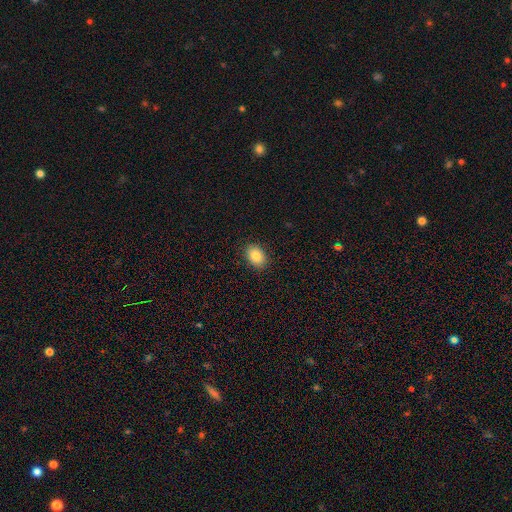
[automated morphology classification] Q: Smooth or featured?
A: smooth (86%); runner-up: star or artifact (8%)
Q: How rounded?
A: in between (79%); runner-up: round (20%)
Q: Merging?
A: none (89%); runner-up: minor disturbance (8%)